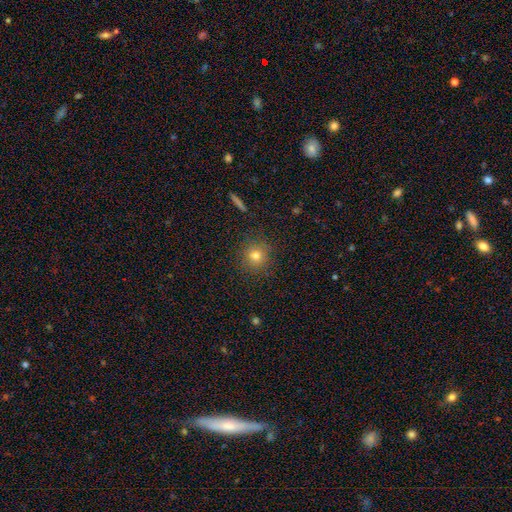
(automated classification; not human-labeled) The model was most divided on "smooth or featured": smooth: 77%, star or artifact: 14%, featured or disk: 9%. More confident: how rounded — round (93%); merging — none (88%).